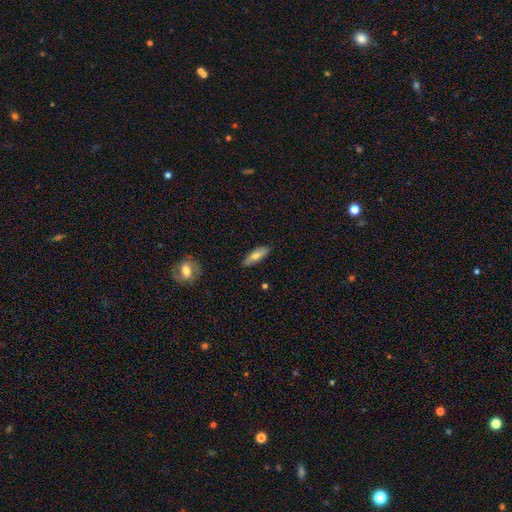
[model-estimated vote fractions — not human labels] Smooth or featured: smooth — 69% (featured or disk — 25%)
How rounded: in between — 53% (cigar-shaped — 45%)
Merging: none — 84% (minor disturbance — 13%)